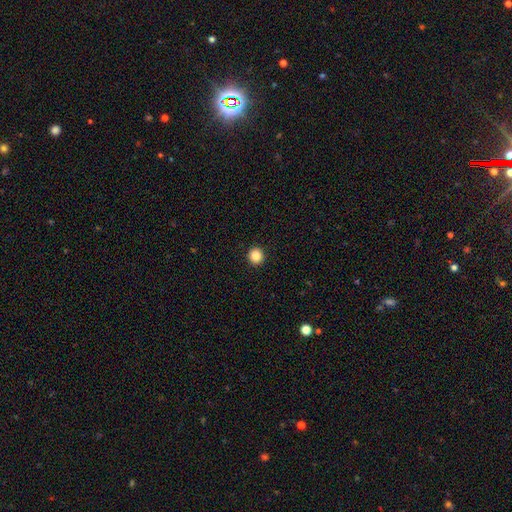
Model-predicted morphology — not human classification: smooth-or-featured: smooth: 85% | star or artifact: 10% | featured or disk: 4%
  how-rounded: round: 94% | in between: 5% | cigar-shaped: 1%
  merging: none: 94% | minor disturbance: 4% | major disturbance: 1% | merger: 1%